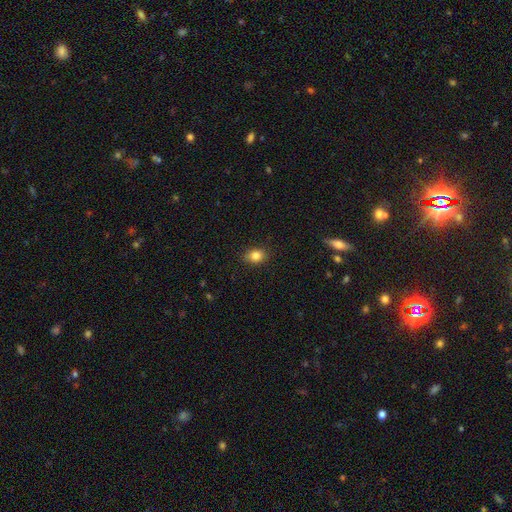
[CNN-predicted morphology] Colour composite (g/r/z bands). It shows a smooth galaxy with no disk features (84%) that is in between round and cigar-shaped (63%). Merging: none (86%).